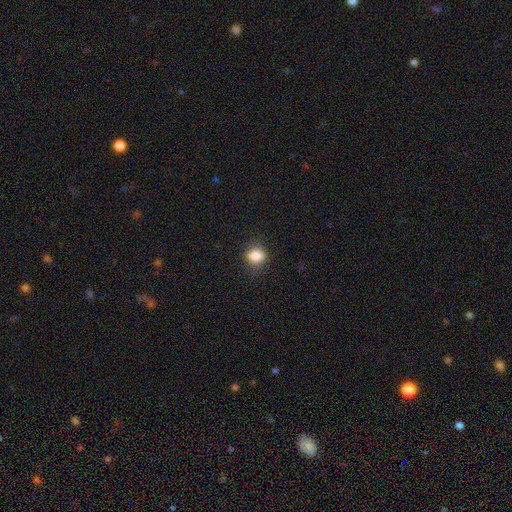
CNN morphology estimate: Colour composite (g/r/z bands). It shows a smooth galaxy with no disk features (85%) that is round (59%). Merging: none (78%).